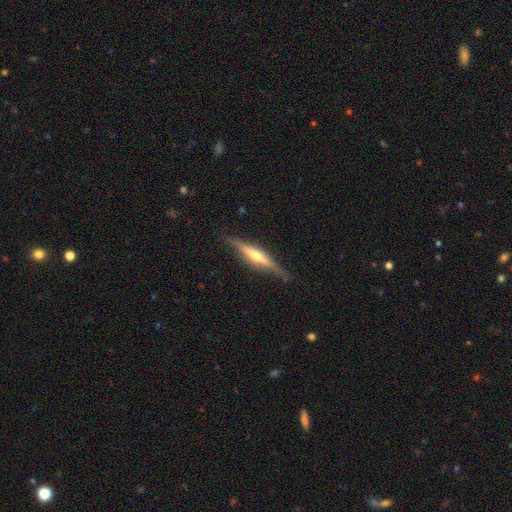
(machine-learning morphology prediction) featured or disk 73%, smooth 22%, star or artifact 5%. Down the decision tree: edge-on disk — yes (97%); edge-on bulge — rounded (83%); merging — none (85%).